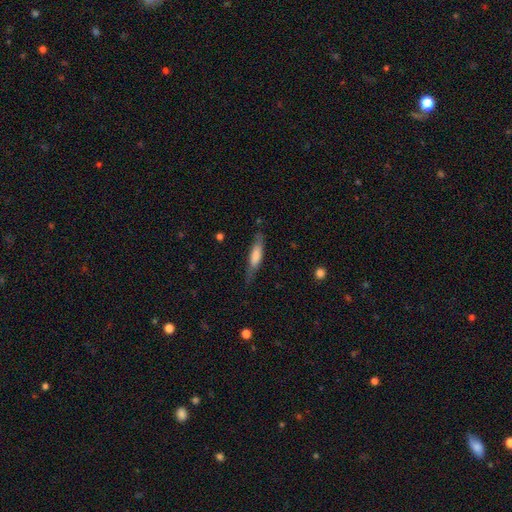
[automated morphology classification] This is likely a smooth galaxy (65%). How rounded: likely cigar-shaped (71%). Merging: likely none (72%).